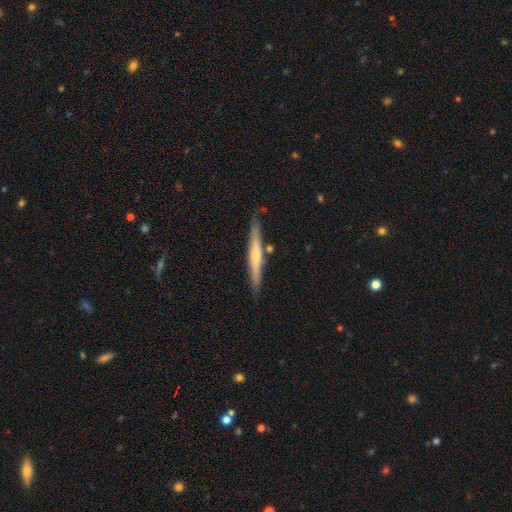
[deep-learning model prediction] This is possibly a featured or disk galaxy (52%). It is clearly viewed edge-on (95%). Merging: clearly none (83%).